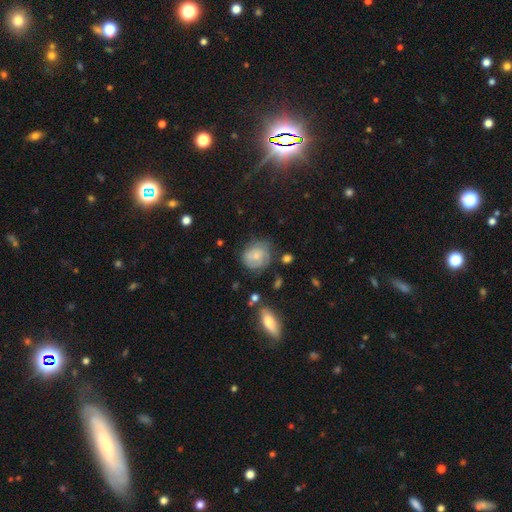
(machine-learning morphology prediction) Smooth or featured? Predicted: featured or disk (p=0.50). Edge-on disk? Predicted: no (p=0.97). Merging? Predicted: none (p=0.60).